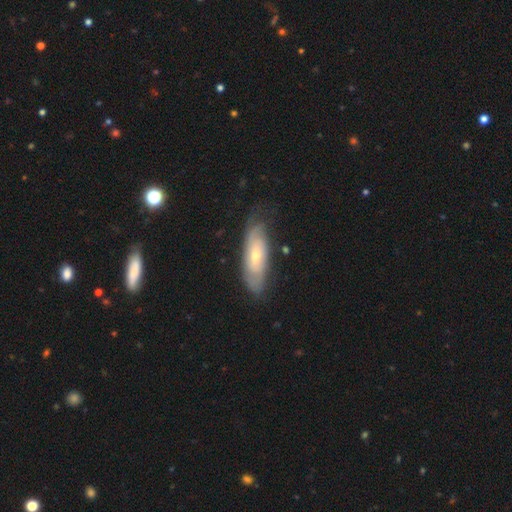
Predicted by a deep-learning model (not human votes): The model was most divided on "smooth or featured": featured or disk: 58%, smooth: 36%, star or artifact: 6%. More confident: edge-on disk — no (77%); merging — none (70%).